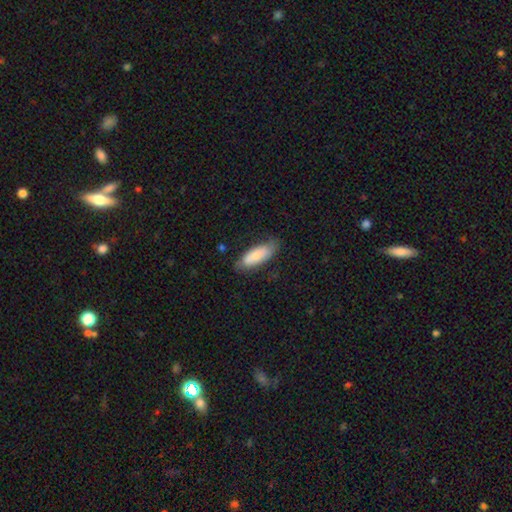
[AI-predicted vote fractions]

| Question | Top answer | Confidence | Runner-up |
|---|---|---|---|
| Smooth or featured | smooth | 76% | featured or disk (18%) |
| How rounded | in between | 72% | cigar-shaped (26%) |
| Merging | none | 69% | minor disturbance (24%) |